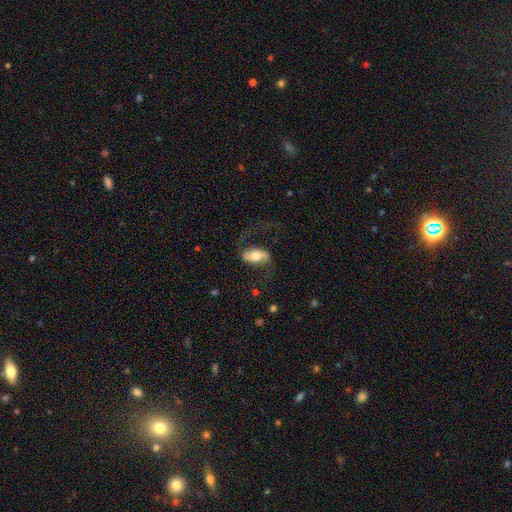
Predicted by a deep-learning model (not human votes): This appears to be a featured or disk galaxy (59%) with a strong bar (37%), spiral arms (83%) and a moderate central bulge (62%). Merging: none (58%).